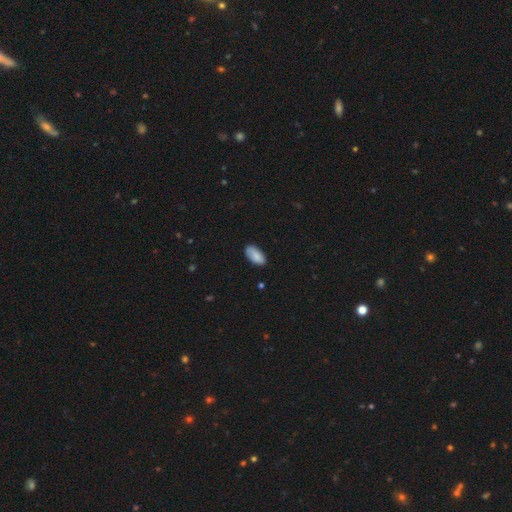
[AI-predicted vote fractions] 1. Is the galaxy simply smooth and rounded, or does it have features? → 87% smooth, 7% featured or disk, 7% star or artifact.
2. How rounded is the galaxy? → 94% in between, 4% cigar-shaped, 2% round.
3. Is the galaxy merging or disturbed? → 81% none, 15% minor disturbance, 2% major disturbance, 1% merger.